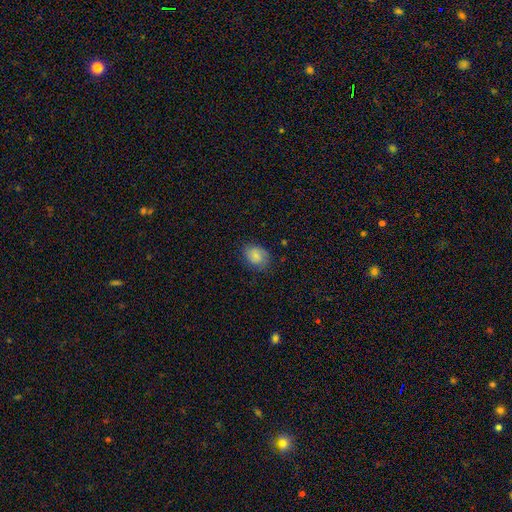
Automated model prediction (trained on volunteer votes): Smooth or featured? Predicted: smooth (p=0.75). How rounded? Predicted: in between (p=0.62). Merging? Predicted: none (p=0.76).